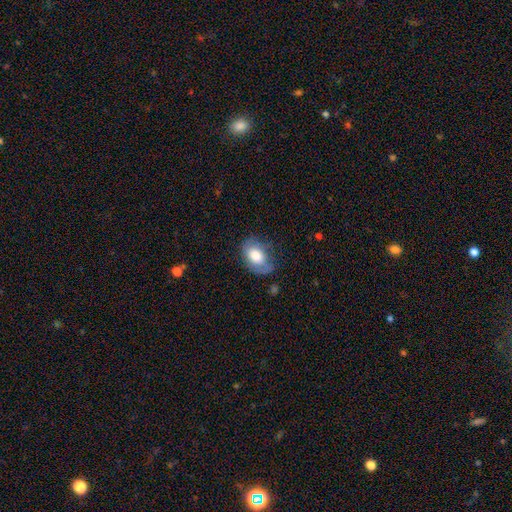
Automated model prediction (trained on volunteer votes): This is likely a smooth galaxy (66%). How rounded: clearly in between (83%). Merging: possibly none (55%).